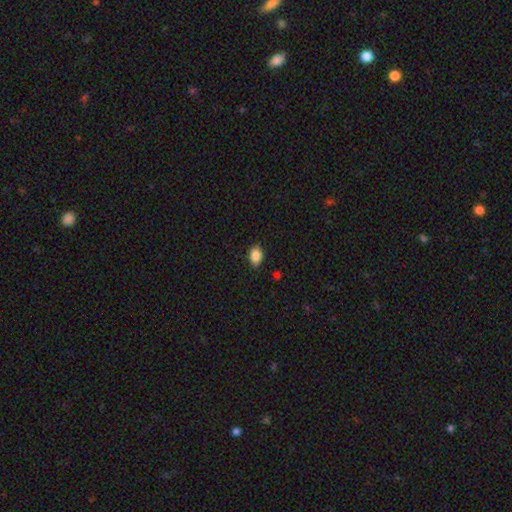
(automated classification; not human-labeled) smooth 87%, star or artifact 8%, featured or disk 5%. Down the decision tree: how rounded — in between (83%); merging — none (87%).